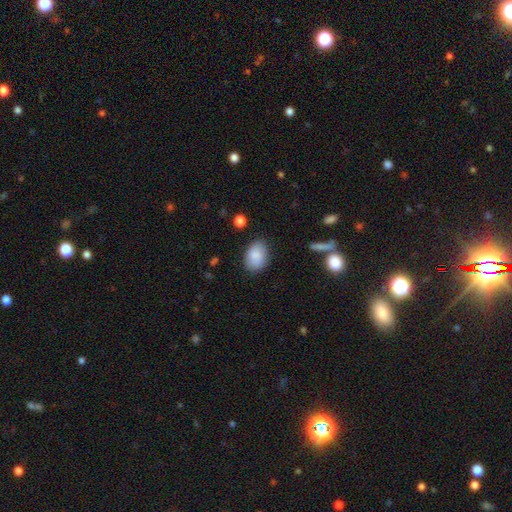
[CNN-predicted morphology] Smooth or featured? smooth (87%)
How rounded? in between (81%)
Merging? none (80%)